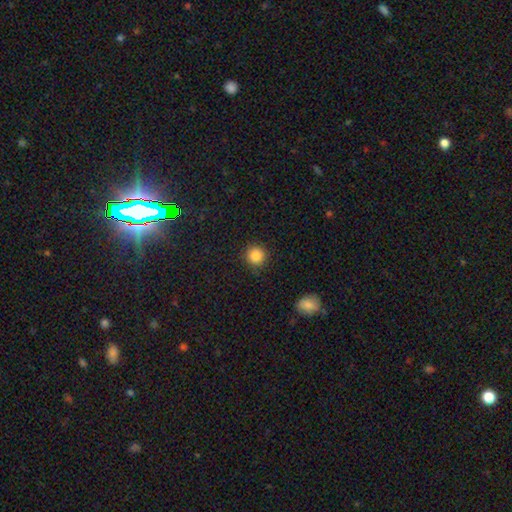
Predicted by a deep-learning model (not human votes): Q: Smooth or featured?
A: smooth (86%); runner-up: star or artifact (10%)
Q: How rounded?
A: round (94%); runner-up: in between (5%)
Q: Merging?
A: none (91%); runner-up: minor disturbance (6%)